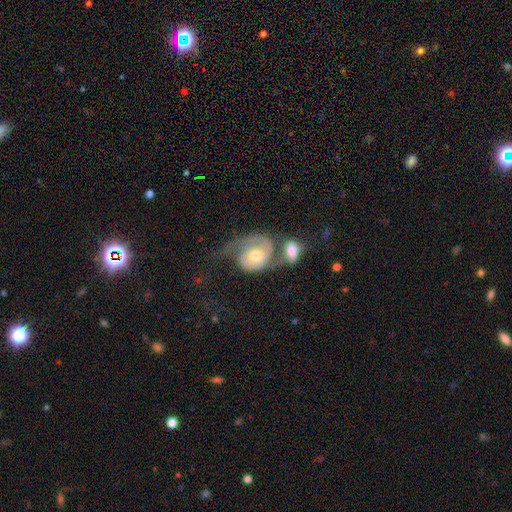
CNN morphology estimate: A featured or disk galaxy (73%) with no bar (68%), 2 (58%) medium (38%) spiral arms (90%) and a moderate central bulge (66%). Merging: merger (47%).